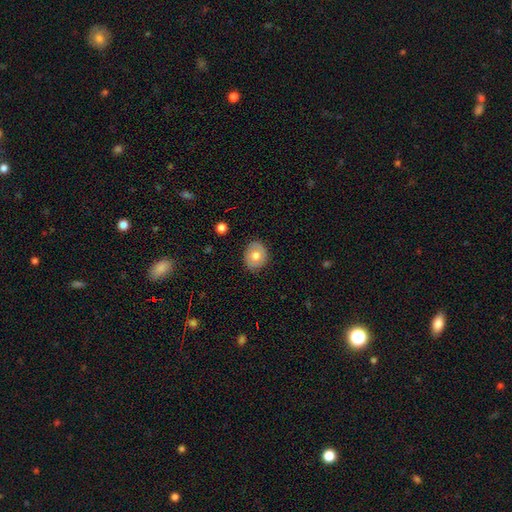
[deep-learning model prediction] Overall: smooth (68%). How rounded: round (61%; in between 38%). Merging: none (85%).